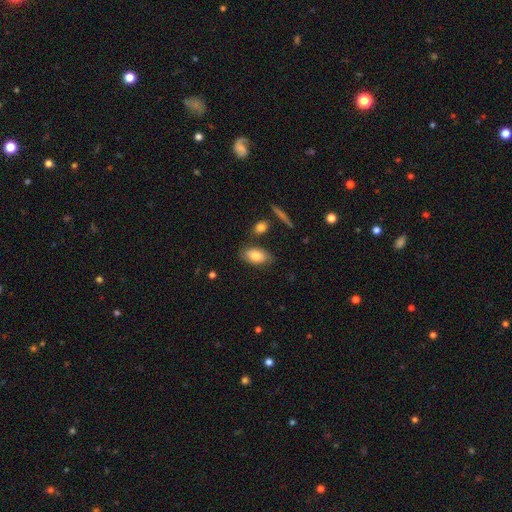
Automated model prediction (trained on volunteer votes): Overall: smooth (78%). How rounded: in between (92%). Merging: none (77%).